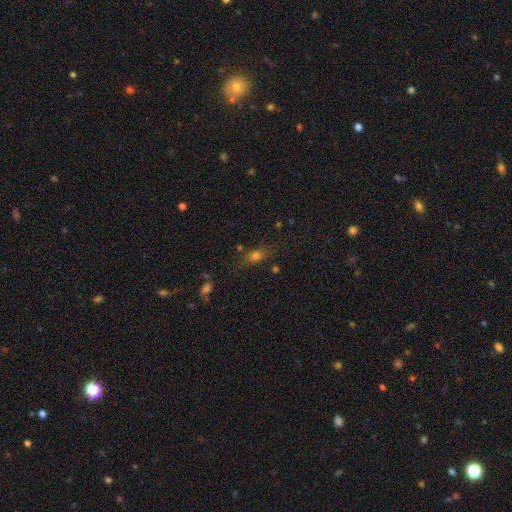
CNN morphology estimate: Smooth or featured? Predicted: smooth (p=0.65). How rounded? Predicted: in between (p=0.57). Merging? Predicted: none (p=0.73).